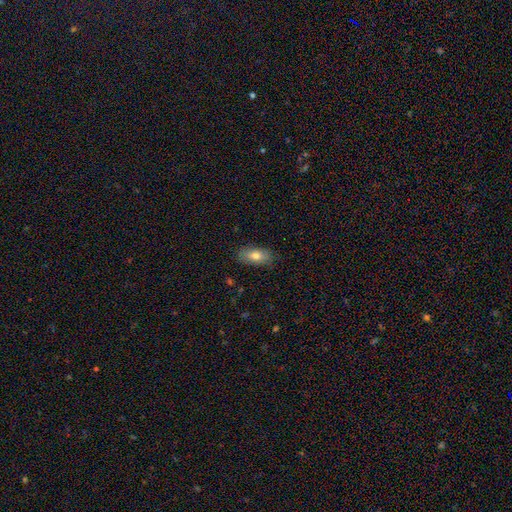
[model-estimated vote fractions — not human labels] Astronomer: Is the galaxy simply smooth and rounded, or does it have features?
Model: smooth — 77%.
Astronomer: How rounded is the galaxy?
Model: in between — 86%.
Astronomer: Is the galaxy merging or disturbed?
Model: none — 83%.